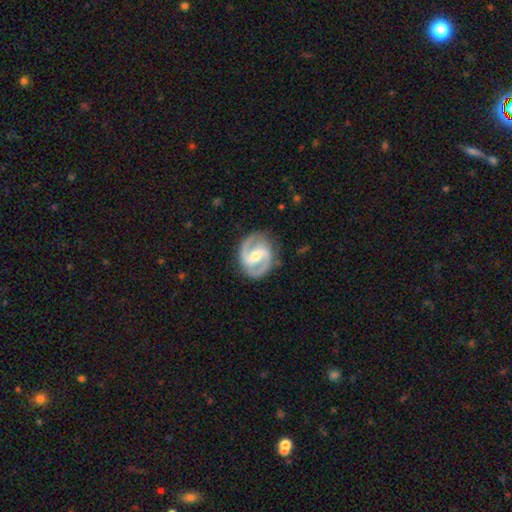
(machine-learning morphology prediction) smooth-or-featured: featured or disk: 91% | smooth: 5% | star or artifact: 4%
  disk-edge-on: no: 98% | yes: 2%
    bar: weak: 44% | strong: 39% | no: 17%
    has-spiral-arms: yes: 97% | no: 3%
      spiral-winding: medium: 57% | tight: 31% | loose: 12%
      spiral-arm-count: 2: 93% | can't tell: 2% | 3: 2% | 1: 1% | 4: 1% | more than 4: 1%
    bulge-size: moderate: 58% | small: 37% | large: 3% | none: 1% | dominant: 1%
  merging: none: 84% | minor disturbance: 11% | major disturbance: 3% | merger: 1%